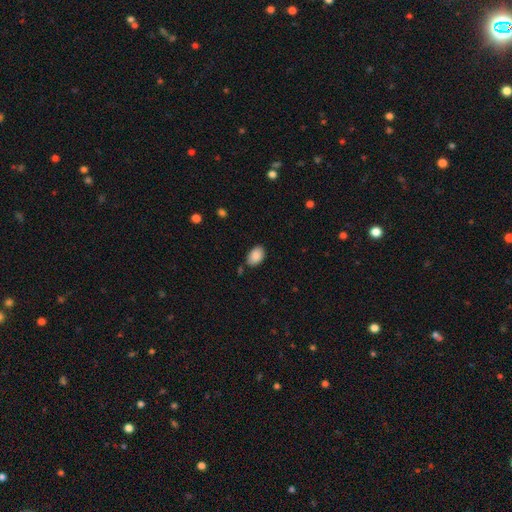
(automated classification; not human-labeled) Smooth or featured?
  - smooth: 89% *
  - star or artifact: 7%
  - featured or disk: 4%
How rounded?
  - in between: 88% *
  - round: 10%
  - cigar-shaped: 1%
Merging?
  - none: 79% *
  - minor disturbance: 15%
  - merger: 3%
  - major disturbance: 3%